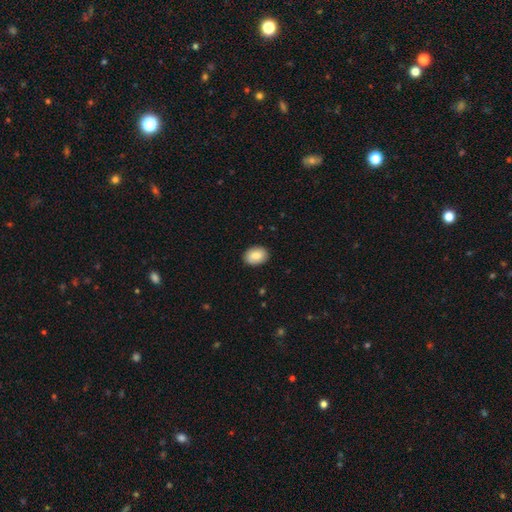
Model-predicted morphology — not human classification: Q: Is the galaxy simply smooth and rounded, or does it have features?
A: smooth — 85%.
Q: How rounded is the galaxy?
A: in between — 69%.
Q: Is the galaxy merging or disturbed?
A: none — 87%.